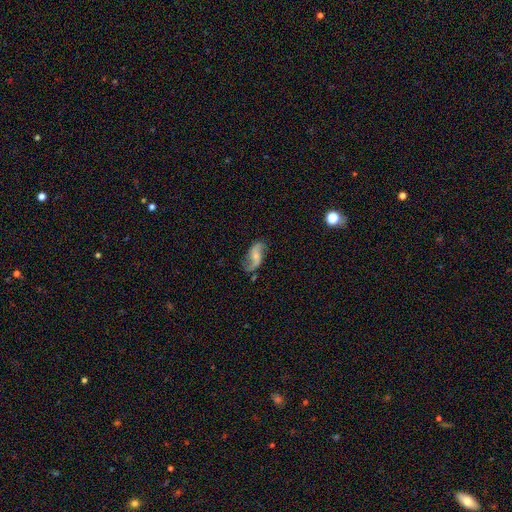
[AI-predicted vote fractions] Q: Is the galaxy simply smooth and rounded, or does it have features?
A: featured or disk — 78%.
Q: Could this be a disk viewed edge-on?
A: no — 96%.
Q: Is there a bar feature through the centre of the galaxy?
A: no — 55%.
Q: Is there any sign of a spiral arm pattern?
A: yes — 94%.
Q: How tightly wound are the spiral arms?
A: loose — 76%.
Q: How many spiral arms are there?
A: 2 — 91%.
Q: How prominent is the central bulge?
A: small — 57%.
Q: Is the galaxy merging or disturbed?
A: none — 71%.